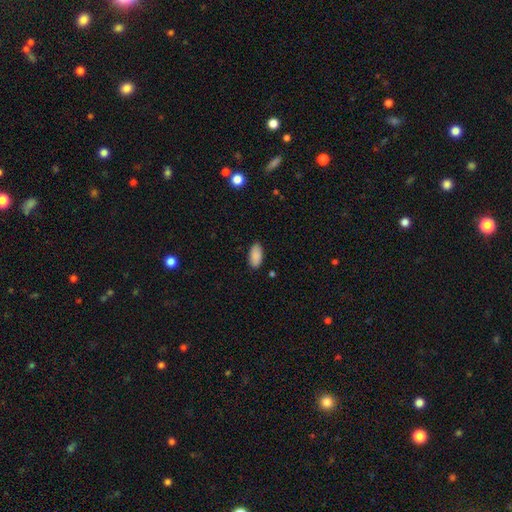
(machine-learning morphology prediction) Smooth or featured?
  - smooth: 89% *
  - star or artifact: 7%
  - featured or disk: 4%
How rounded?
  - in between: 94% *
  - cigar-shaped: 4%
  - round: 2%
Merging?
  - none: 87% *
  - minor disturbance: 10%
  - major disturbance: 2%
  - merger: 1%